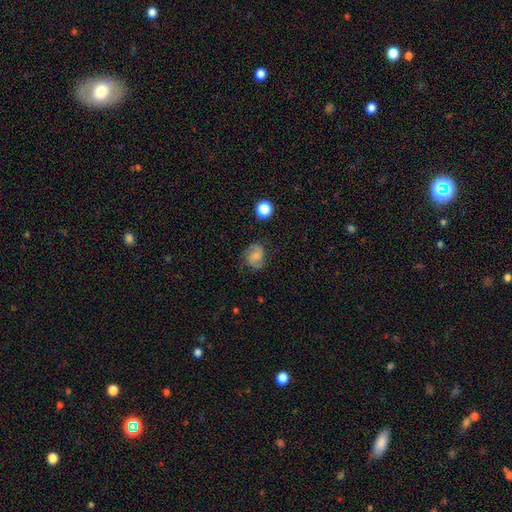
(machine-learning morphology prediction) smooth-or-featured: featured or disk: 47% | smooth: 43% | star or artifact: 10%
  merging: none: 69% | minor disturbance: 21% | major disturbance: 8% | merger: 2%